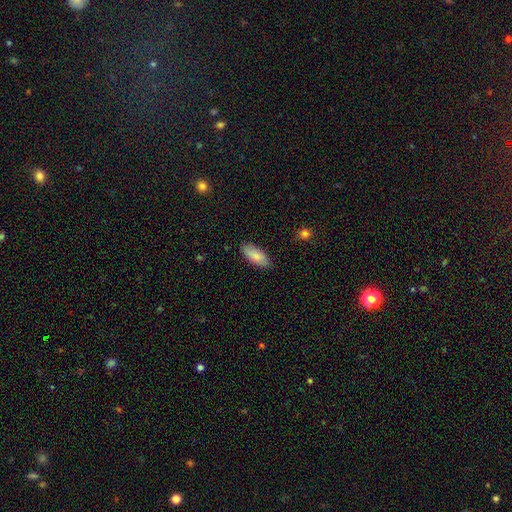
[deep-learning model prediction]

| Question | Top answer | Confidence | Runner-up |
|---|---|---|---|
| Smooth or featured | smooth | 86% | featured or disk (8%) |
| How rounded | in between | 78% | cigar-shaped (21%) |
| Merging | none | 85% | minor disturbance (12%) |